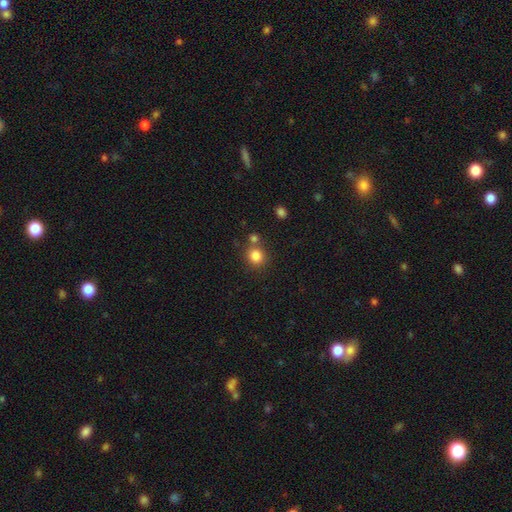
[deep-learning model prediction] smooth 83%, star or artifact 12%, featured or disk 5%. Down the decision tree: how rounded — round (85%); merging — none (69%).